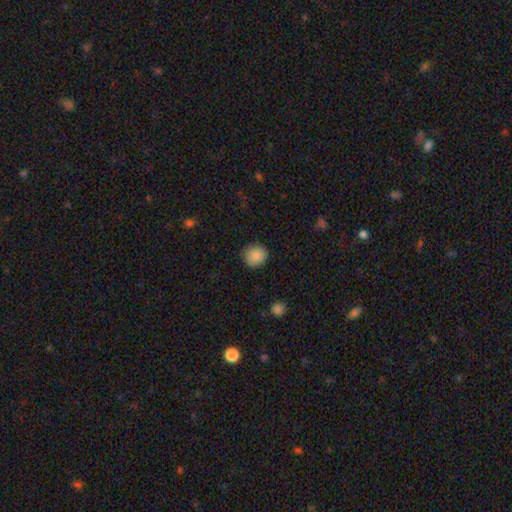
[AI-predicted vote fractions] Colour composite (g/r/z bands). It shows a smooth galaxy with no disk features (87%) that is round (86%). Merging: none (84%).